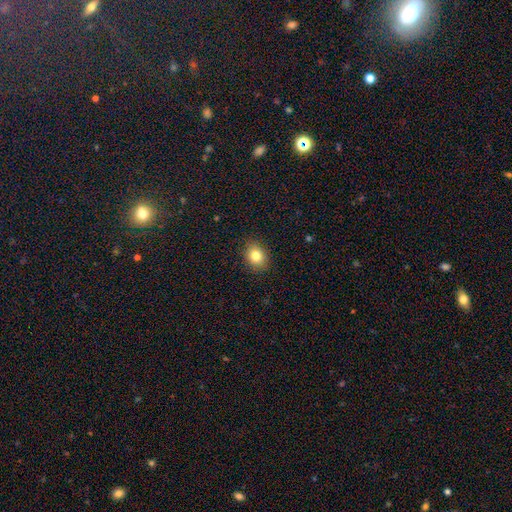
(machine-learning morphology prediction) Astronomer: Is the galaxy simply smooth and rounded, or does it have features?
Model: smooth — 82%.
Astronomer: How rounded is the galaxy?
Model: in between — 54% (runner-up: round, 45%).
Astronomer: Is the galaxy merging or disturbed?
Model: none — 89%.